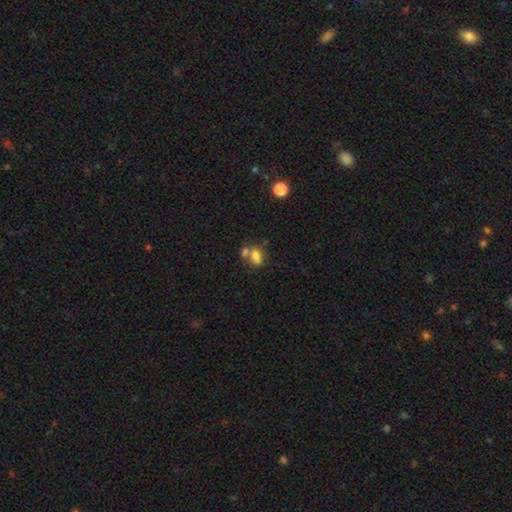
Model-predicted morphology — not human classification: The model was most divided on "merging": merger: 46%, none: 36%, minor disturbance: 12%, major disturbance: 7%. More confident: how rounded — in between (77%); smooth or featured — smooth (75%).